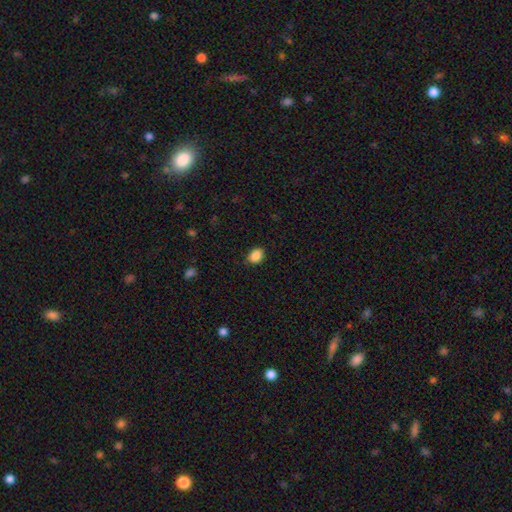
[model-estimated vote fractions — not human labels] A smooth galaxy with no disk features (88%) that is in between round and cigar-shaped (69%).

Vote fractions:
- Smooth or featured? smooth: 88% / star or artifact: 9% / featured or disk: 3%
- How rounded? in between: 69% / round: 30% / cigar-shaped: 1%
- Merging? none: 82% / minor disturbance: 15% / major disturbance: 3% / merger: 1%